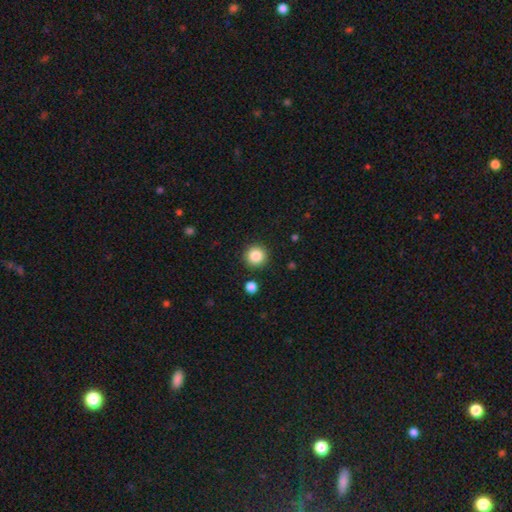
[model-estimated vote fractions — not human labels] Q: Smooth or featured?
A: smooth (86%); runner-up: star or artifact (10%)
Q: How rounded?
A: round (95%); runner-up: in between (4%)
Q: Merging?
A: none (90%); runner-up: minor disturbance (6%)